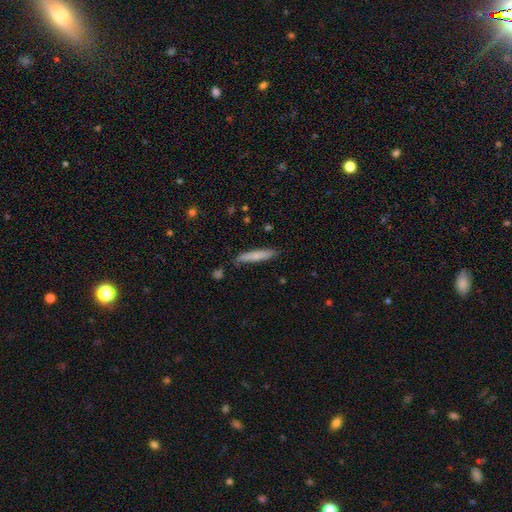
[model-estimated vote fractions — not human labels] The model was most divided on "smooth or featured": smooth: 72%, featured or disk: 22%, star or artifact: 6%. More confident: how rounded — cigar-shaped (91%); merging — none (84%).